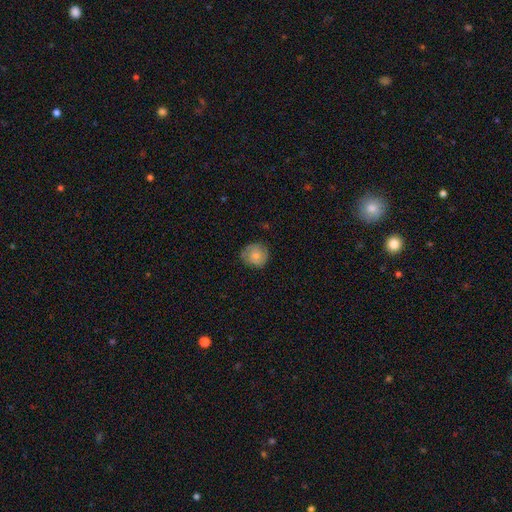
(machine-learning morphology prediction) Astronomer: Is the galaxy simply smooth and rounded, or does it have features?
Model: smooth — 57% (runner-up: featured or disk, 36%).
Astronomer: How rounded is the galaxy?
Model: round — 86%.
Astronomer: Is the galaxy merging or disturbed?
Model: none — 76%.